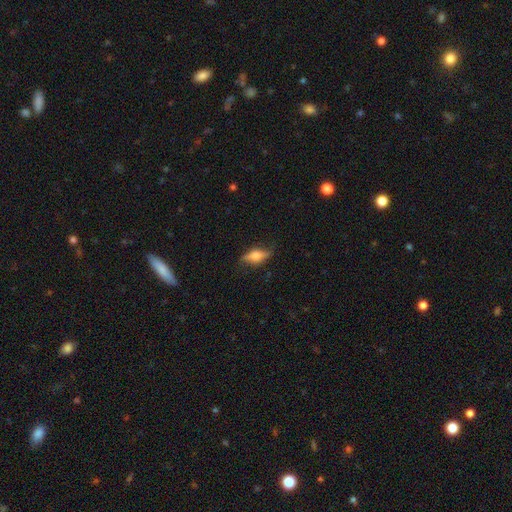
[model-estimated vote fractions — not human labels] Smooth or featured? Predicted: featured or disk (p=0.57). Edge-on disk? Predicted: yes (p=0.89). Edge-on bulge? Predicted: rounded (p=0.90). Merging? Predicted: none (p=0.79).